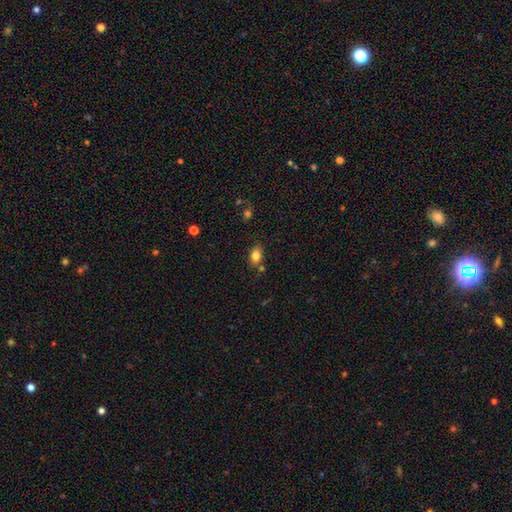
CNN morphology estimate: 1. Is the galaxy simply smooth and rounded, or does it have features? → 82% smooth, 10% star or artifact, 8% featured or disk.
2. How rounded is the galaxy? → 82% in between, 16% round, 2% cigar-shaped.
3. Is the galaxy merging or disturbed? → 75% none, 14% minor disturbance, 8% merger, 3% major disturbance.